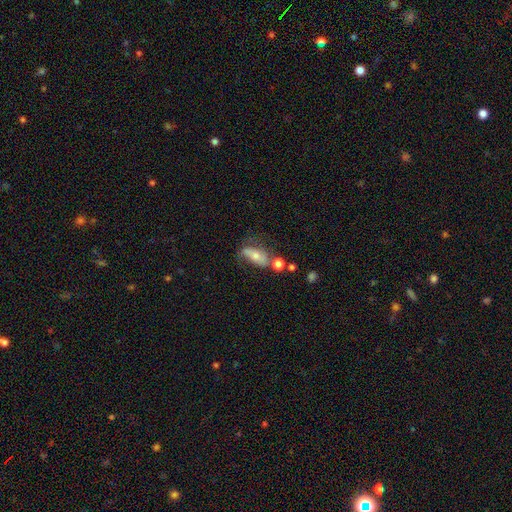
Morphology: type=smooth (56%); roundness=in between (68%); merging=none (46%).